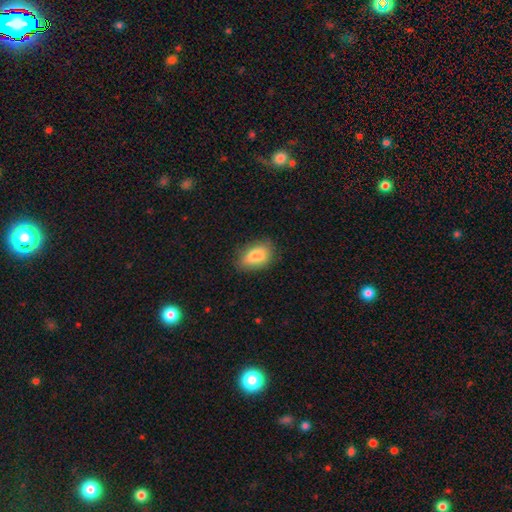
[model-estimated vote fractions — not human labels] smooth 83%, featured or disk 9%, star or artifact 7%. Down the decision tree: how rounded — in between (89%); merging — none (77%).